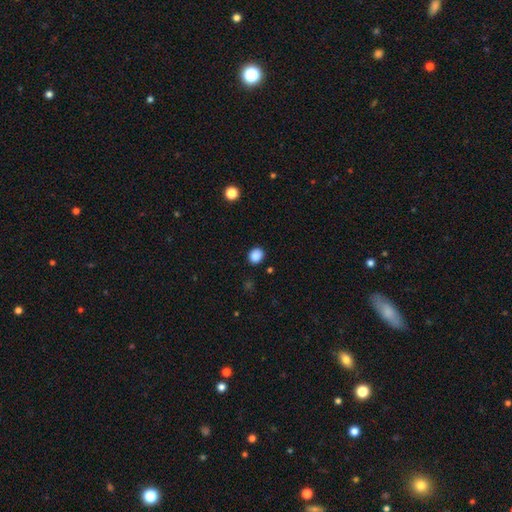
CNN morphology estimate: type=smooth (88%); roundness=round (71%); merging=none (89%).